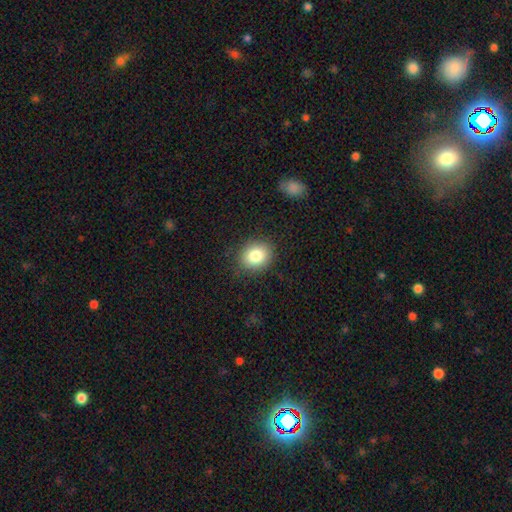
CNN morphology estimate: Smooth or featured: smooth — 83% (star or artifact — 9%)
How rounded: round — 64% (in between — 35%)
Merging: none — 87% (minor disturbance — 10%)